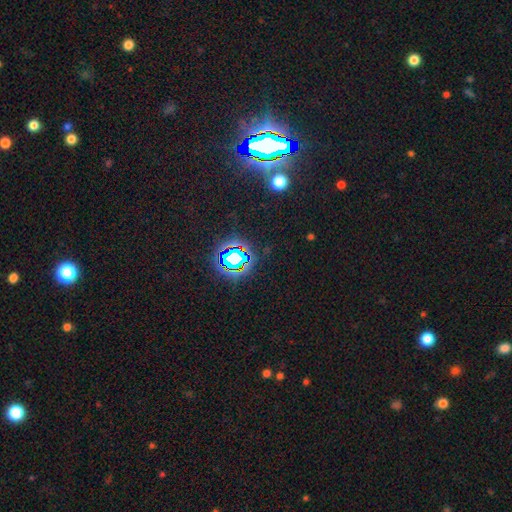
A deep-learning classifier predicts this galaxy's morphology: star or artifact 82%, smooth 11%, featured or disk 7%.